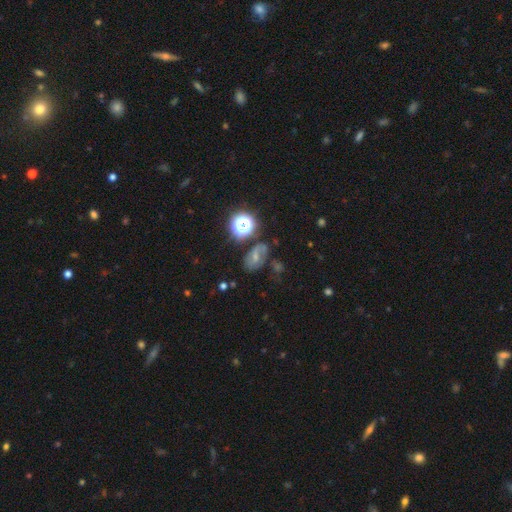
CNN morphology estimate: This appears to be a featured or disk galaxy (39%). Merging: none (64%).